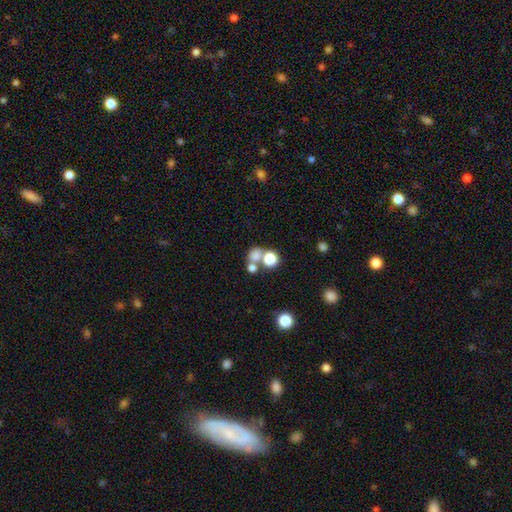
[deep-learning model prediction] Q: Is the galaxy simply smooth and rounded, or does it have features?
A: smooth — 72%.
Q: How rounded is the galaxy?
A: round — 76%.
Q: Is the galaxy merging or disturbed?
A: merger — 45%.